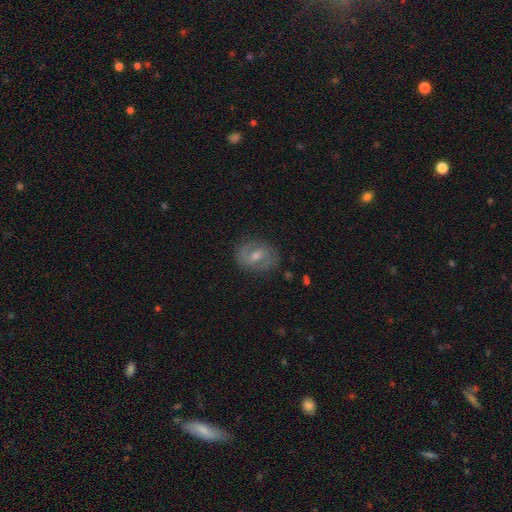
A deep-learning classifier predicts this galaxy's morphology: Smooth or featured? Predicted: featured or disk (p=0.65). Edge-on disk? Predicted: no (p=0.95). Bar? Predicted: weak (p=0.52). Spiral arms? Predicted: yes (p=0.81). Spiral winding? Predicted: medium (p=0.45). Spiral arm count? Predicted: 2 (p=0.80). Bulge size? Predicted: moderate (p=0.57). Merging? Predicted: none (p=0.80).